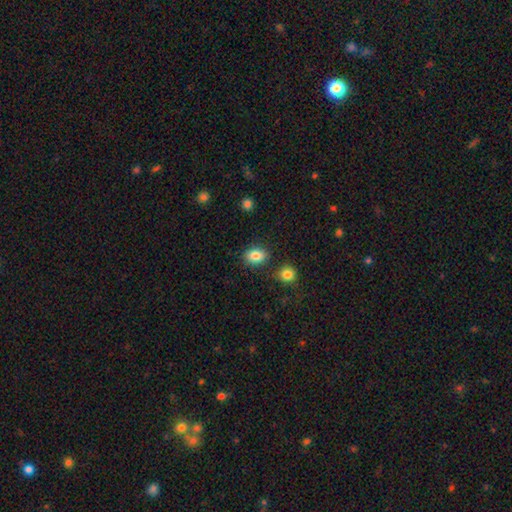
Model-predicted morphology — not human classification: Smooth or featured? Predicted: smooth (p=0.84). How rounded? Predicted: in between (p=0.74). Merging? Predicted: none (p=0.83).